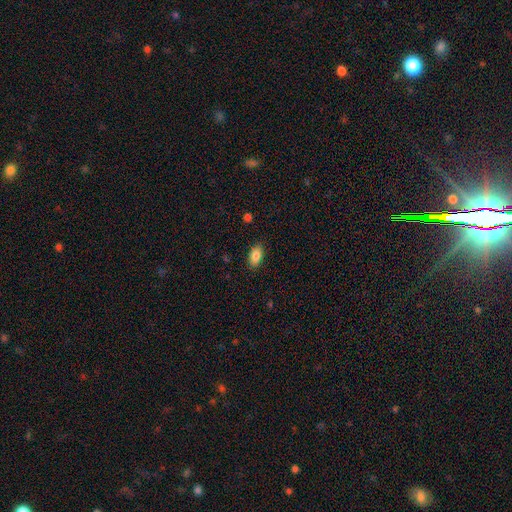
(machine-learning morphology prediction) Overall: smooth (85%). How rounded: in between (92%). Merging: none (88%).